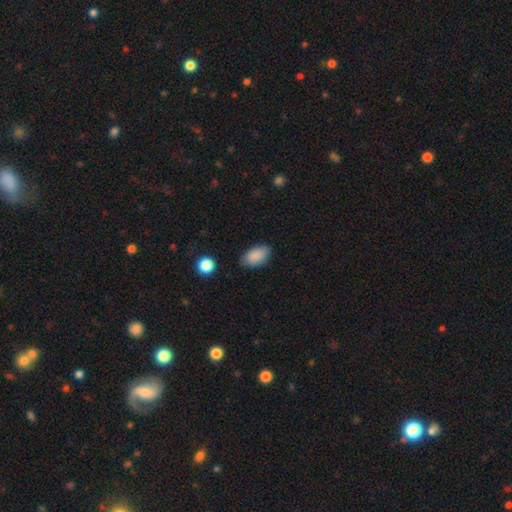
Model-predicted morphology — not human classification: A smooth galaxy with no disk features (88%) that is in between round and cigar-shaped (93%).

Vote fractions:
- Smooth or featured? smooth: 88% / star or artifact: 7% / featured or disk: 5%
- How rounded? in between: 93% / round: 5% / cigar-shaped: 2%
- Merging? none: 79% / minor disturbance: 16% / major disturbance: 3% / merger: 2%